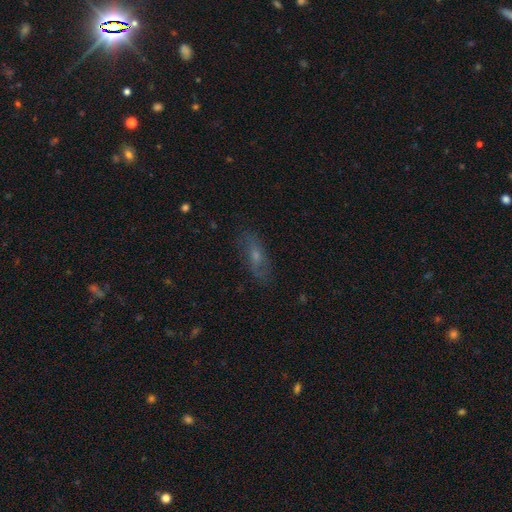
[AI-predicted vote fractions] Overall: featured or disk (45%; smooth 42%). Merging: none (78%).